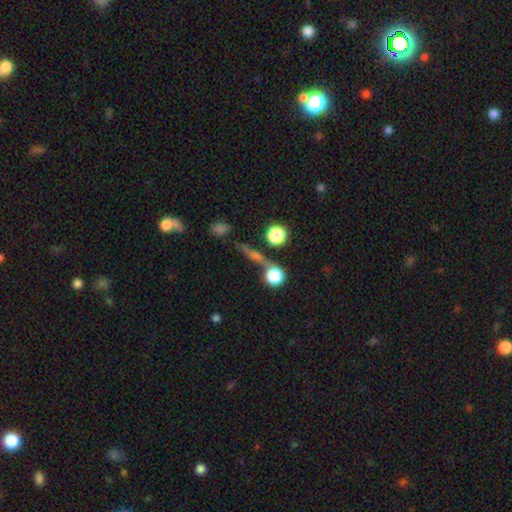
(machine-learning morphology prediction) Smooth or featured? Predicted: smooth (p=0.44). Merging? Predicted: none (p=0.64).